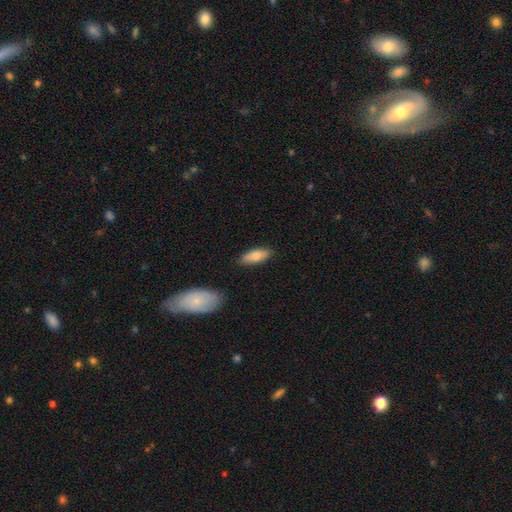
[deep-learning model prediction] smooth 75%, featured or disk 19%, star or artifact 6%. Down the decision tree: how rounded — in between (74%); merging — none (84%).